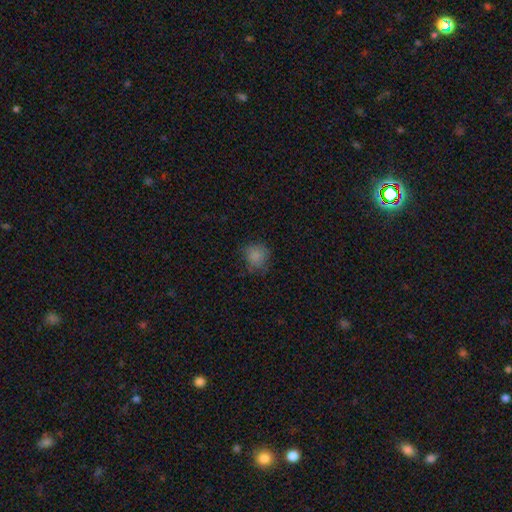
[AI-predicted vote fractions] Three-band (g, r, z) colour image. It shows a smooth galaxy with no disk features (80%) that is round (82%). Merging: none (69%).